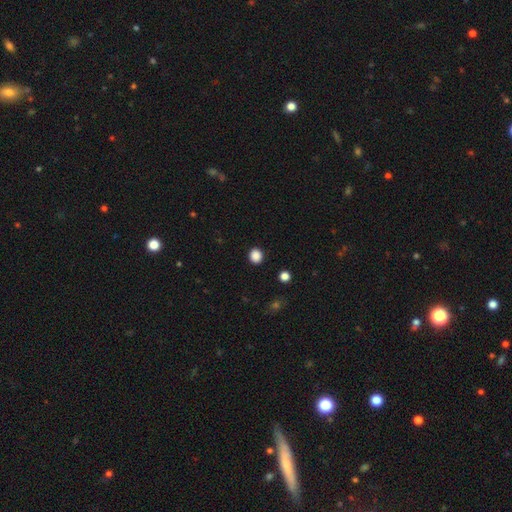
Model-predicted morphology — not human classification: Smooth or featured?
  - smooth: 87% *
  - star or artifact: 11%
  - featured or disk: 3%
How rounded?
  - round: 81% *
  - in between: 18%
  - cigar-shaped: 1%
Merging?
  - none: 91% *
  - minor disturbance: 6%
  - major disturbance: 2%
  - merger: 1%